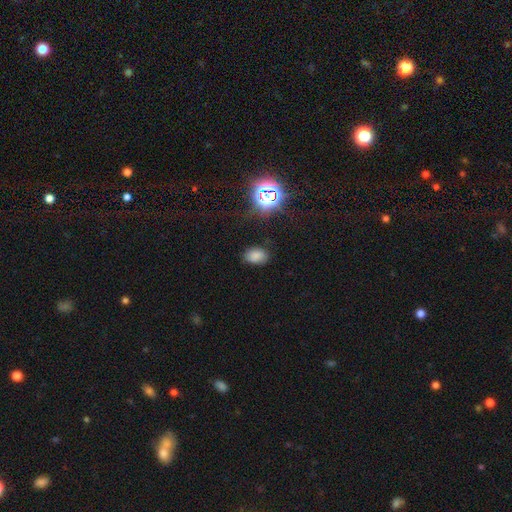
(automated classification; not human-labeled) smooth 75%, star or artifact 19%, featured or disk 6%. Down the decision tree: how rounded — in between (86%); merging — none (80%).